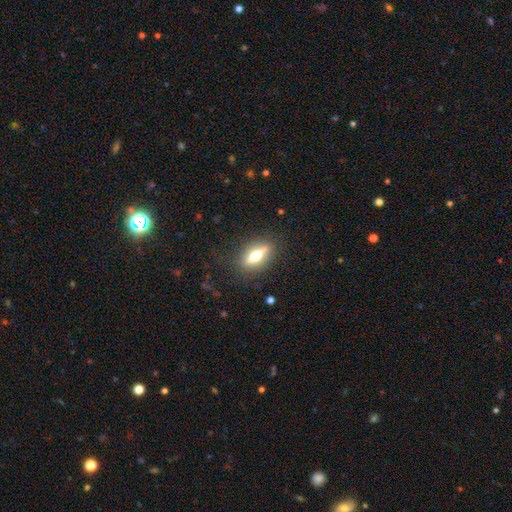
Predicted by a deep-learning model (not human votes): Morphology: type=featured or disk (49%); merging=none (84%).